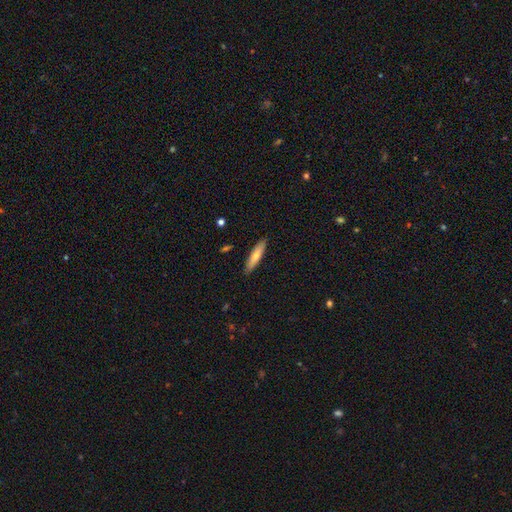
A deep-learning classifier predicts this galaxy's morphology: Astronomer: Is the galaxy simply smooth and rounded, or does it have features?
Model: smooth — 65%.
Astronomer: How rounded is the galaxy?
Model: cigar-shaped — 80%.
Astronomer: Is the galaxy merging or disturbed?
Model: none — 90%.